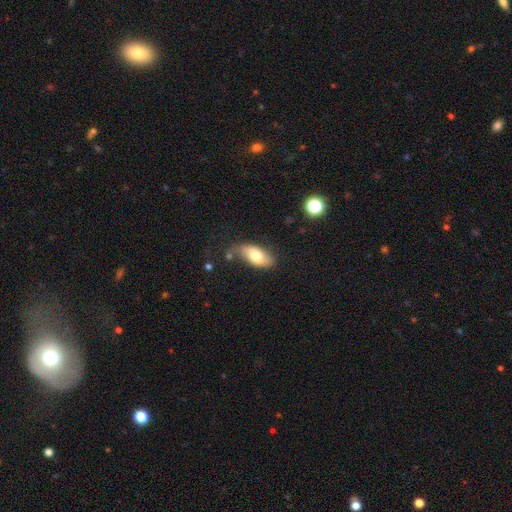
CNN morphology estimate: The model was most divided on "merging": none: 61%, minor disturbance: 26%, major disturbance: 8%, merger: 6%. More confident: how rounded — in between (91%); smooth or featured — smooth (70%).